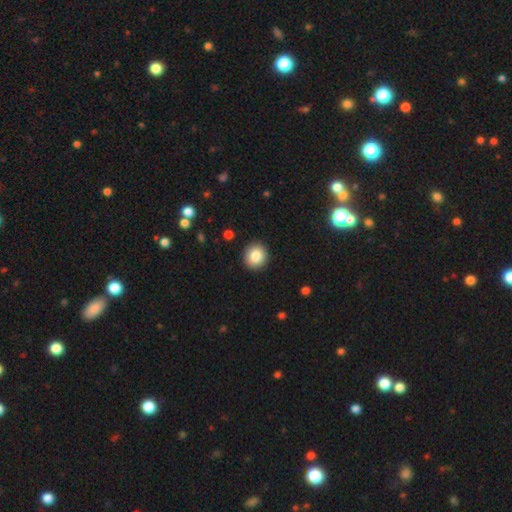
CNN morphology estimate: Overall: smooth (84%). How rounded: round (88%). Merging: none (92%).